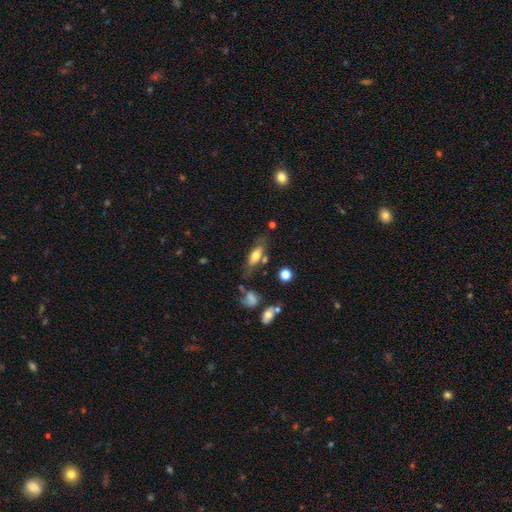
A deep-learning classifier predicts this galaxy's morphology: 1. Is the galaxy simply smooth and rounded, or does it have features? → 64% smooth, 28% featured or disk, 8% star or artifact.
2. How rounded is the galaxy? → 70% in between, 26% cigar-shaped, 4% round.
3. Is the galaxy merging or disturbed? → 61% none, 21% minor disturbance, 10% merger, 9% major disturbance.